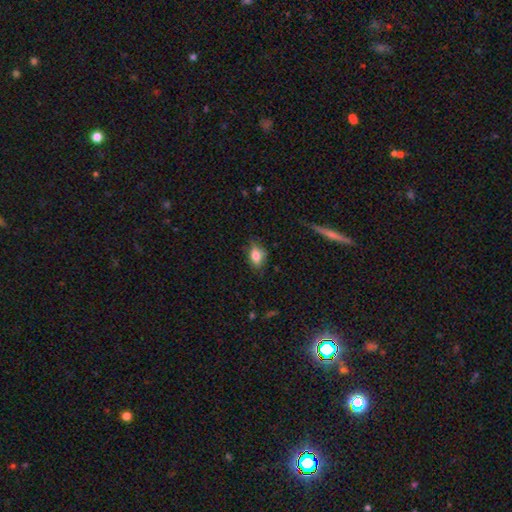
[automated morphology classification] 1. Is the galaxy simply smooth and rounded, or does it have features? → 75% smooth, 16% featured or disk, 9% star or artifact.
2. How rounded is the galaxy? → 81% in between, 14% round, 5% cigar-shaped.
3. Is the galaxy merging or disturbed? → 70% none, 23% minor disturbance, 5% major disturbance, 2% merger.